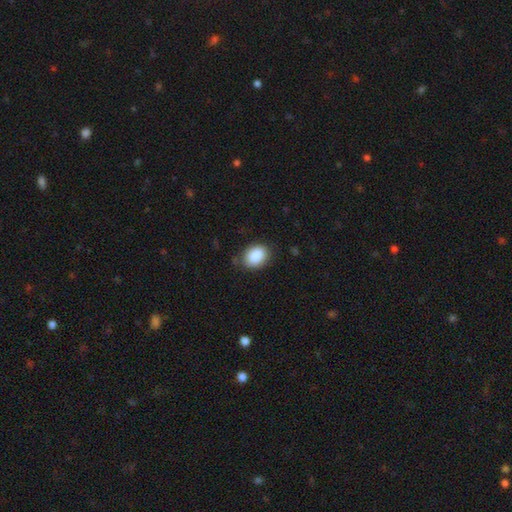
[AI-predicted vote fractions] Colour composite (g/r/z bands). It shows a smooth galaxy with no disk features (89%) that is in between round and cigar-shaped (63%). Merging: none (80%).